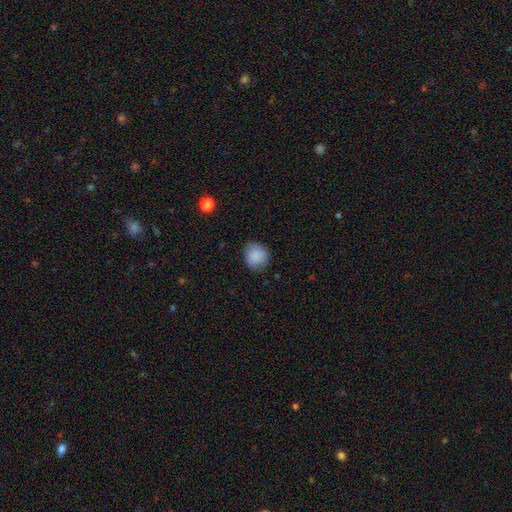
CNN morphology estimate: Overall: smooth (88%). How rounded: round (84%). Merging: none (82%).